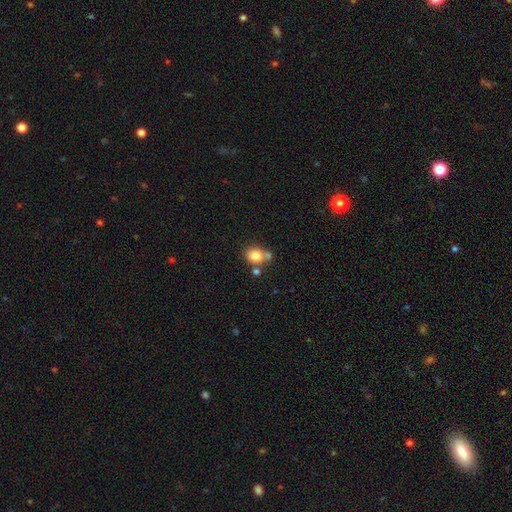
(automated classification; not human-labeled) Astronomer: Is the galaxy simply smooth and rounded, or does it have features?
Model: smooth — 81%.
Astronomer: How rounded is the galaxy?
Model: round — 66%.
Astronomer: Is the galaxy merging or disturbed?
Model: none — 56%.